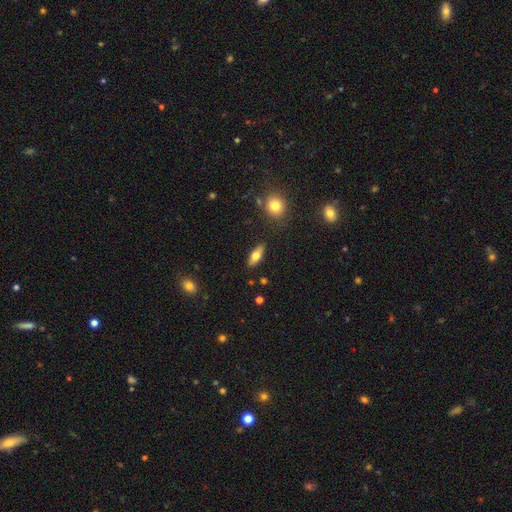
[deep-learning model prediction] smooth-or-featured: smooth: 67% | featured or disk: 25% | star or artifact: 7%
  how-rounded: in between: 73% | cigar-shaped: 23% | round: 4%
  merging: none: 87% | minor disturbance: 9% | major disturbance: 2% | merger: 2%